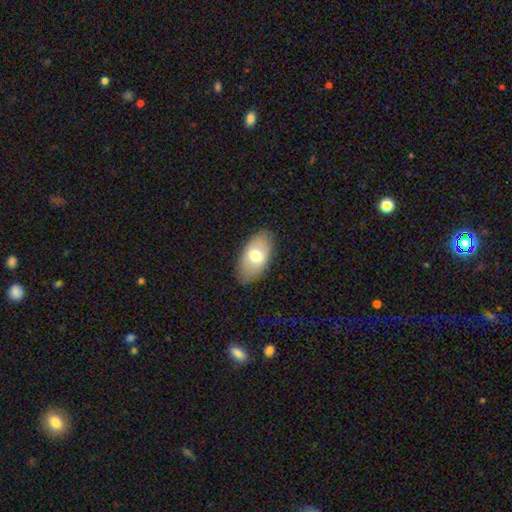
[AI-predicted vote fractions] A smooth galaxy with no disk features (67%) that is in between round and cigar-shaped (93%).

Vote fractions:
- Smooth or featured? smooth: 67% / featured or disk: 26% / star or artifact: 7%
- How rounded? in between: 93% / round: 4% / cigar-shaped: 2%
- Merging? none: 84% / minor disturbance: 12% / major disturbance: 3% / merger: 1%